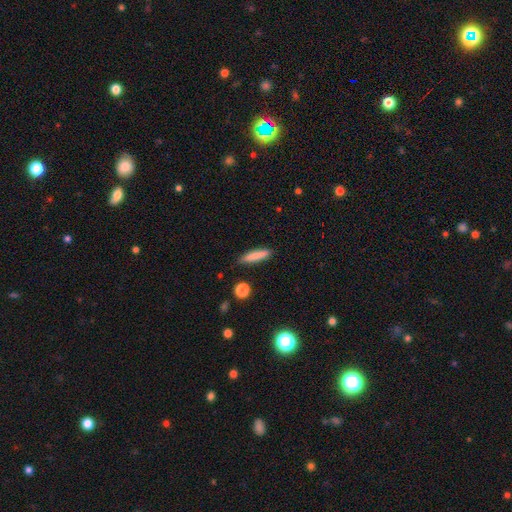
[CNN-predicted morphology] smooth_or_featured: smooth (p=0.83) [alt: featured or disk p=0.10]
how_rounded: cigar-shaped (p=0.84) [alt: in between p=0.15]
merging: none (p=0.85) [alt: minor disturbance p=0.11]